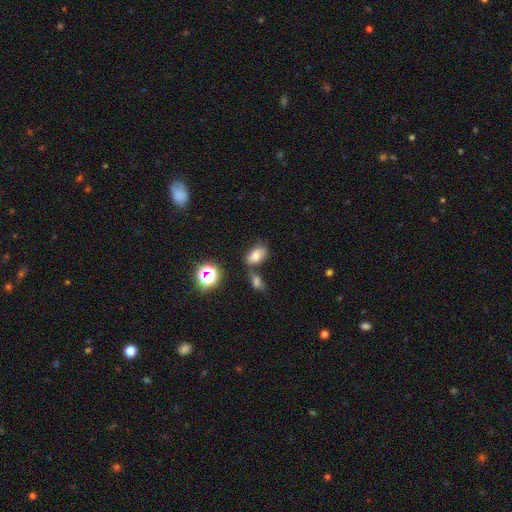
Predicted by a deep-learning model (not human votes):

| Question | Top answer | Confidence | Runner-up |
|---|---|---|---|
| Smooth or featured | smooth | 72% | star or artifact (17%) |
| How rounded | in between | 86% | round (12%) |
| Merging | none | 58% | merger (20%) |